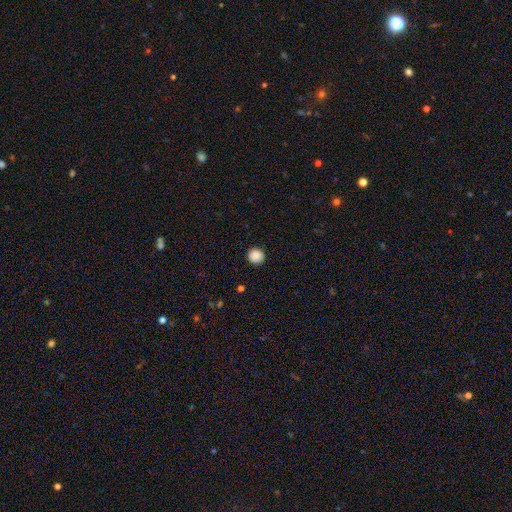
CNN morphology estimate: This is clearly a smooth galaxy (88%). How rounded: clearly round (94%). Merging: clearly none (92%).